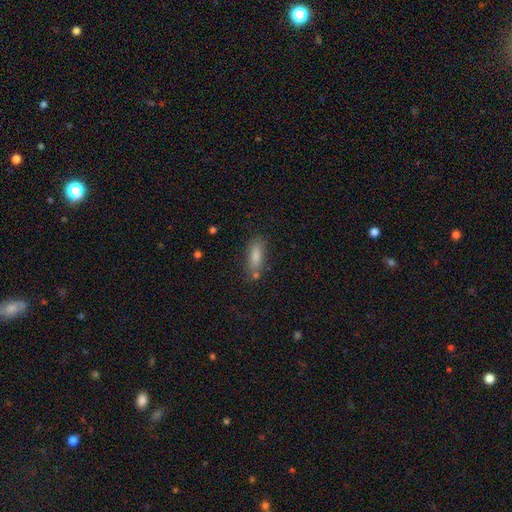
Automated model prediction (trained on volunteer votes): This is likely a smooth galaxy (78%). How rounded: possibly in between (56%). Merging: likely none (74%).